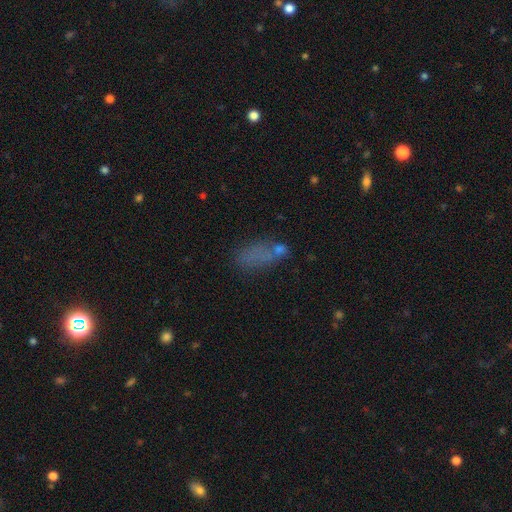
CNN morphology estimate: Smooth or featured: smooth — 63% (featured or disk — 20%)
How rounded: in between — 81% (cigar-shaped — 13%)
Merging: none — 42% (minor disturbance — 21%)